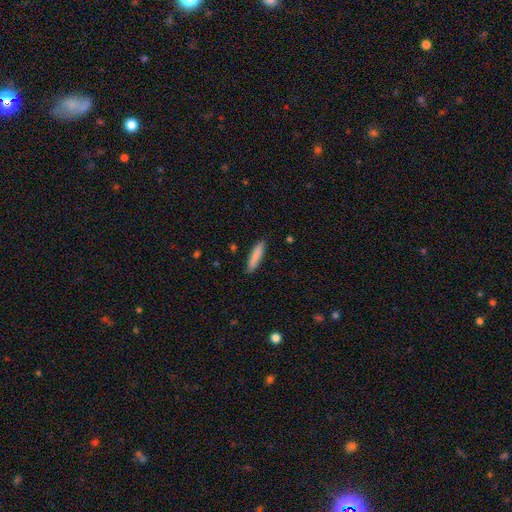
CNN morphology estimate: This is clearly a smooth galaxy (85%). How rounded: clearly cigar-shaped (82%). Merging: clearly none (87%).